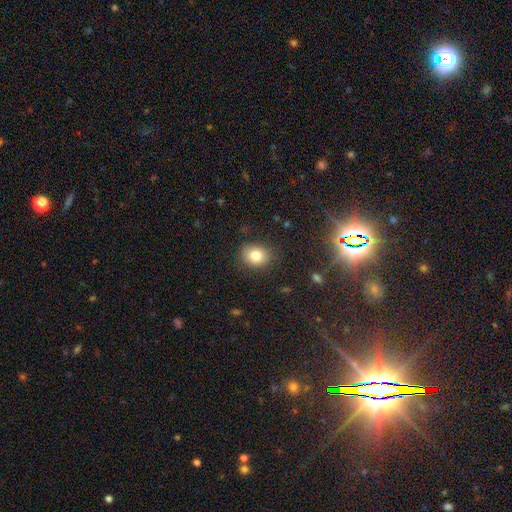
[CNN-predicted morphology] Q: Smooth or featured?
A: smooth (81%); runner-up: star or artifact (11%)
Q: How rounded?
A: round (57%); runner-up: in between (42%)
Q: Merging?
A: none (83%); runner-up: minor disturbance (12%)